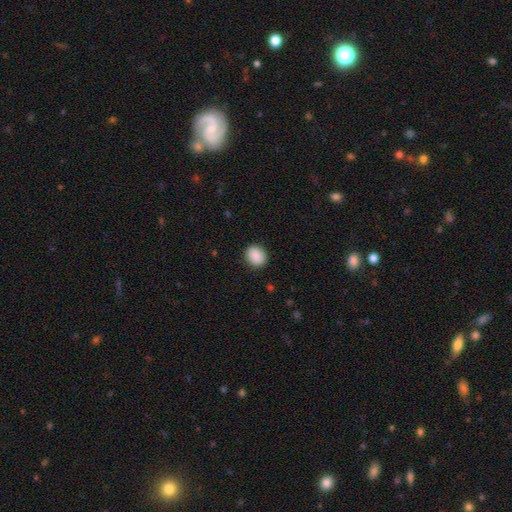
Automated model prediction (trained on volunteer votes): A smooth galaxy with no disk features (89%) that is round (61%). Merging: none (89%).